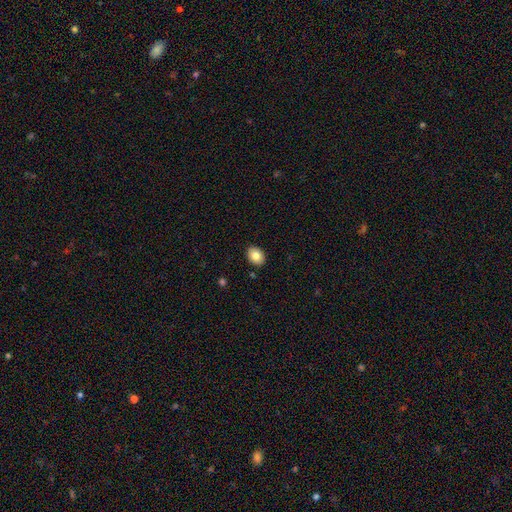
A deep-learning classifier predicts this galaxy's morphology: Smooth or featured? Predicted: smooth (p=0.82). How rounded? Predicted: in between (p=0.68). Merging? Predicted: none (p=0.89).